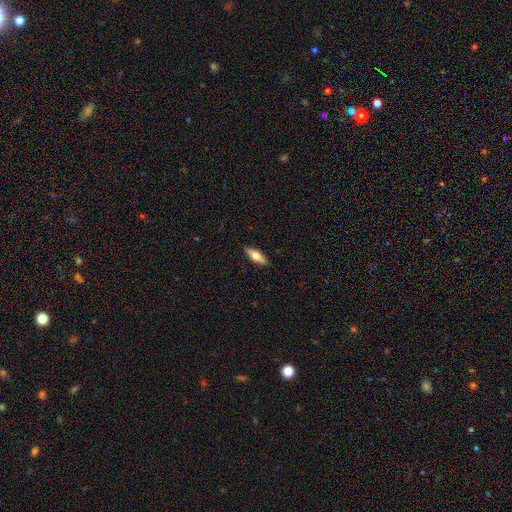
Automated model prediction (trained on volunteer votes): Smooth or featured? smooth (54%)
How rounded? in between (53%)
Merging? none (89%)